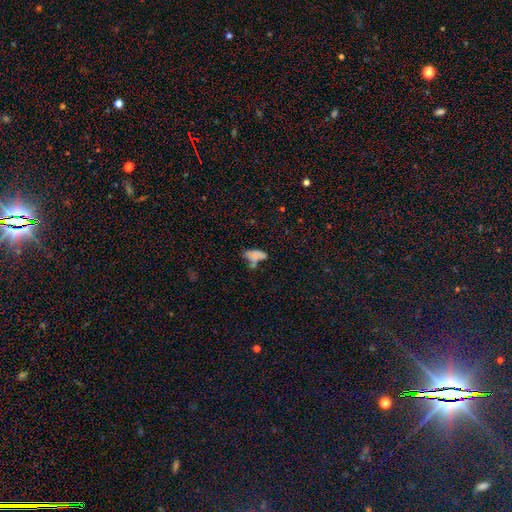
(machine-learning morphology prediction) Smooth or featured? Predicted: smooth (p=0.68). How rounded? Predicted: in between (p=0.83). Merging? Predicted: none (p=0.33).